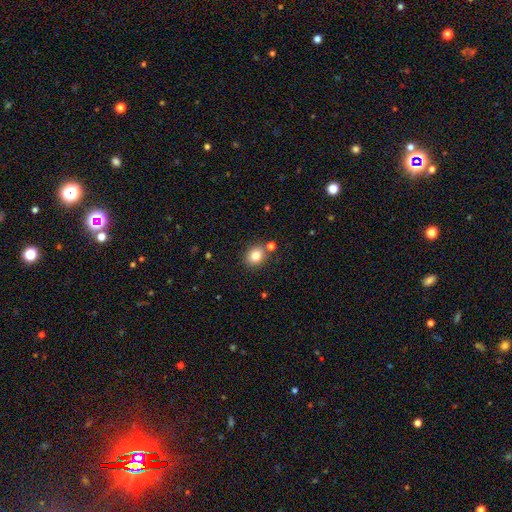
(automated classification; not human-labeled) The model was most divided on "how rounded": round: 65%, in between: 34%, cigar-shaped: 1%. More confident: smooth or featured — smooth (81%); merging — none (76%).